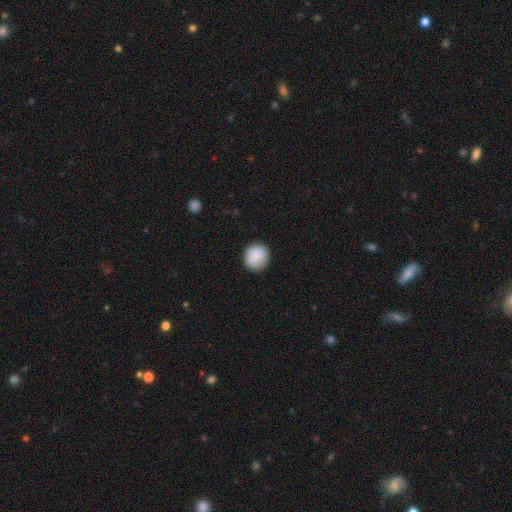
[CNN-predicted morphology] Smooth or featured? smooth (87%)
How rounded? round (88%)
Merging? none (87%)